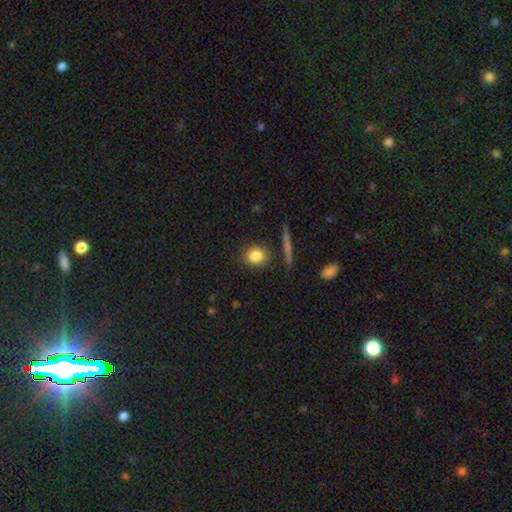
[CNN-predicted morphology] This is clearly a smooth galaxy (82%). How rounded: likely round (77%). Merging: clearly none (85%).